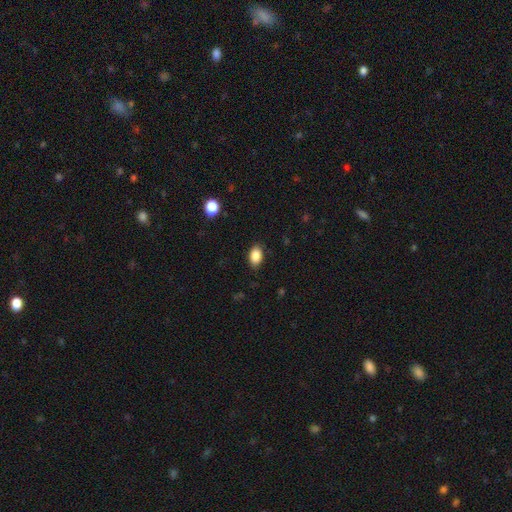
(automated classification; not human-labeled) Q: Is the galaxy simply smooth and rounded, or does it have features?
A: smooth — 87%.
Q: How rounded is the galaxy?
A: in between — 89%.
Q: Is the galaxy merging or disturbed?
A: none — 85%.